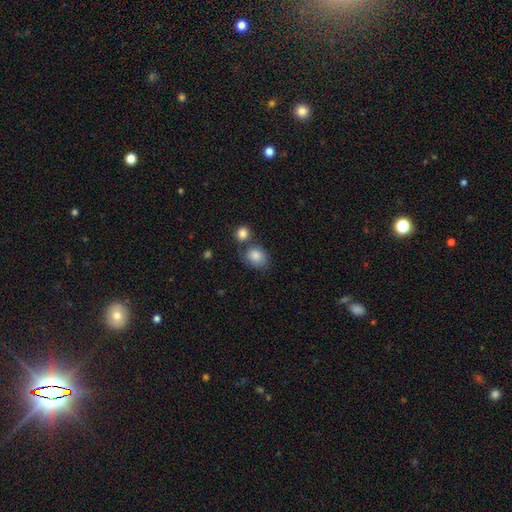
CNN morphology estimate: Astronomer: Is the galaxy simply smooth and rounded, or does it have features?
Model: smooth — 85%.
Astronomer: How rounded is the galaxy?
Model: round — 53% (runner-up: in between, 46%).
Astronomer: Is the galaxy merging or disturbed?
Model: none — 53%.